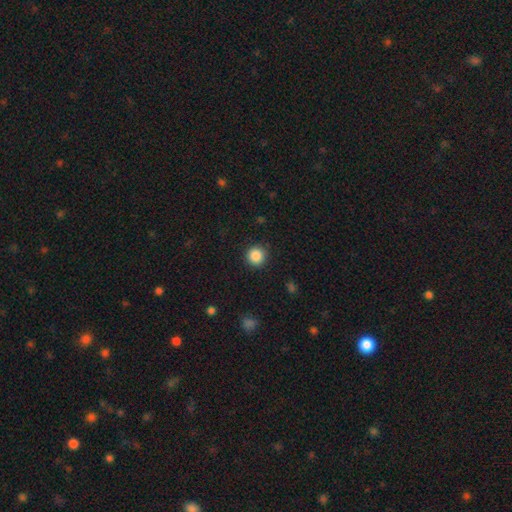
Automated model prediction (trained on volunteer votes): smooth 87%, star or artifact 10%, featured or disk 3%. Down the decision tree: how rounded — round (95%); merging — none (91%).